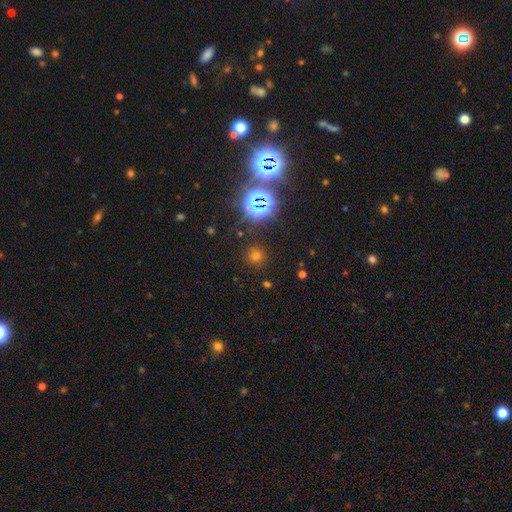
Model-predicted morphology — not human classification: Smooth or featured?
  - smooth: 59% *
  - star or artifact: 34%
  - featured or disk: 7%
How rounded?
  - round: 91% *
  - in between: 7%
  - cigar-shaped: 1%
Merging?
  - none: 86% *
  - minor disturbance: 8%
  - major disturbance: 4%
  - merger: 3%